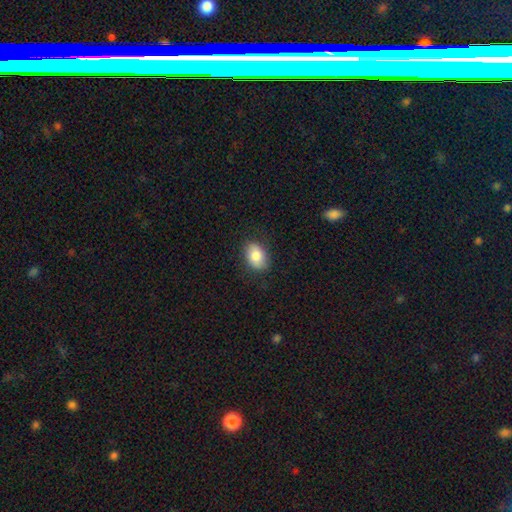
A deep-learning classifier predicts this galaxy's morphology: Smooth or featured? smooth (85%)
How rounded? in between (83%)
Merging? none (82%)